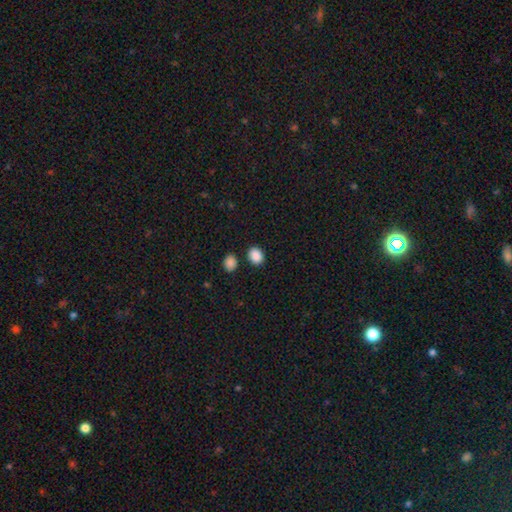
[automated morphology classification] Smooth or featured? Predicted: smooth (p=0.89). How rounded? Predicted: in between (p=0.56). Merging? Predicted: none (p=0.81).